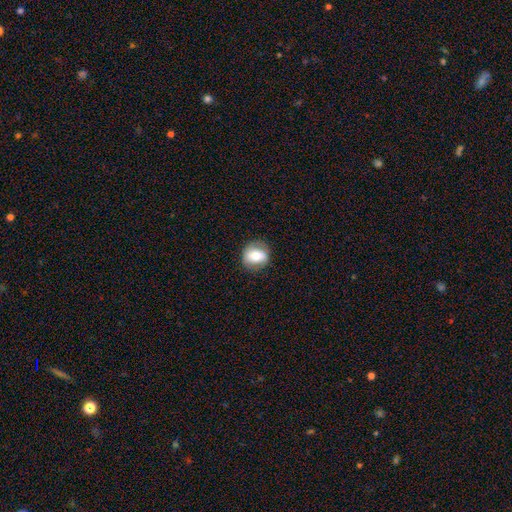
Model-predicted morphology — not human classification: A smooth galaxy with no disk features (63%) that is round (69%).

Vote fractions:
- Smooth or featured? smooth: 63% / featured or disk: 29% / star or artifact: 8%
- How rounded? round: 69% / in between: 30% / cigar-shaped: 1%
- Merging? none: 81% / minor disturbance: 14% / major disturbance: 4% / merger: 1%